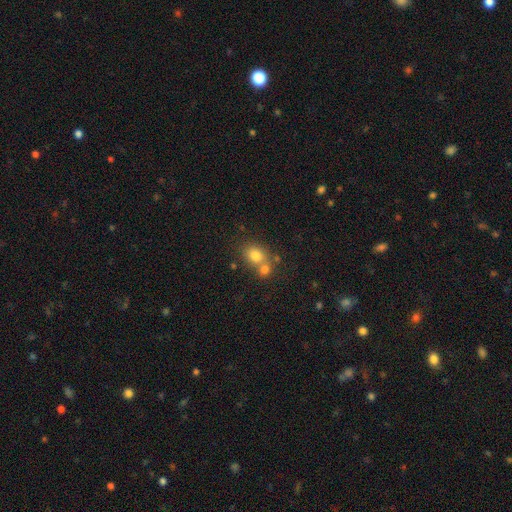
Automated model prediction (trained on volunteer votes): smooth 77%, star or artifact 12%, featured or disk 11%. Down the decision tree: how rounded — round (56%); merging — merger (45%).